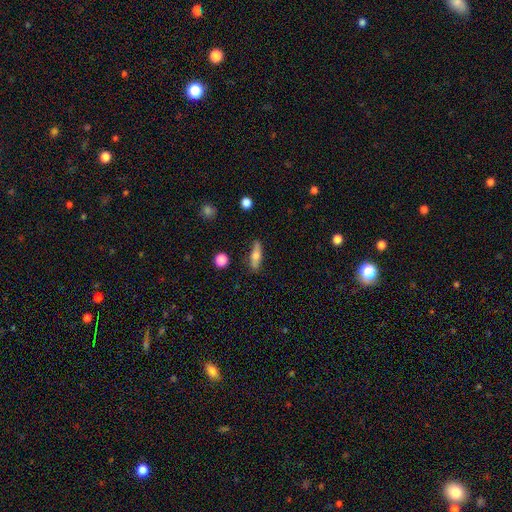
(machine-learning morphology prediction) smooth-or-featured: smooth: 62% | featured or disk: 31% | star or artifact: 7%
  how-rounded: cigar-shaped: 55% | in between: 41% | round: 4%
  merging: none: 83% | minor disturbance: 13% | major disturbance: 3% | merger: 2%